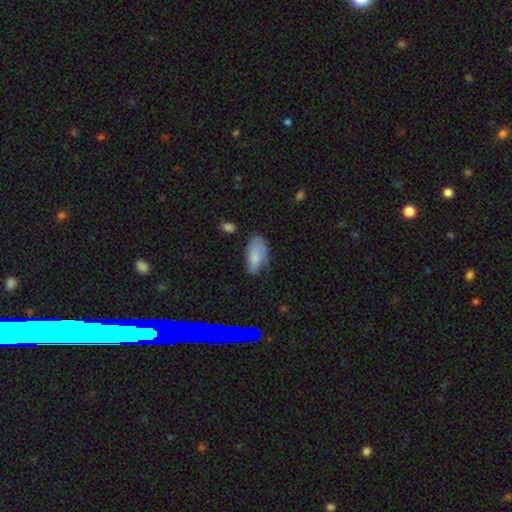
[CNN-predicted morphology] Smooth or featured?
  - smooth: 73% *
  - featured or disk: 18%
  - star or artifact: 9%
How rounded?
  - in between: 92% *
  - cigar-shaped: 5%
  - round: 3%
Merging?
  - none: 45% *
  - minor disturbance: 37%
  - major disturbance: 15%
  - merger: 3%